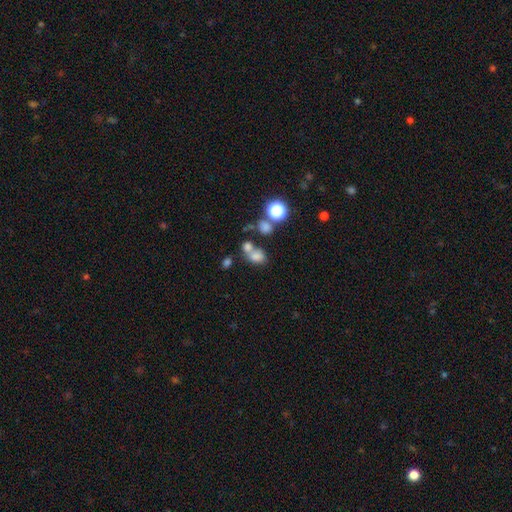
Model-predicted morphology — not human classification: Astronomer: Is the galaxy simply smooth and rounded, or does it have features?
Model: smooth — 70%.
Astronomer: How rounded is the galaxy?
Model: in between — 53% (runner-up: round, 45%).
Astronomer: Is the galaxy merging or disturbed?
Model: merger — 49% (runner-up: none, 35%).